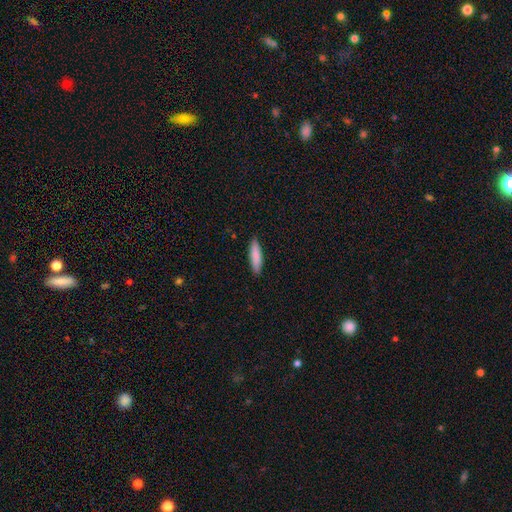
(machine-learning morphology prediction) Overall: smooth (85%). How rounded: cigar-shaped (71%). Merging: none (89%).